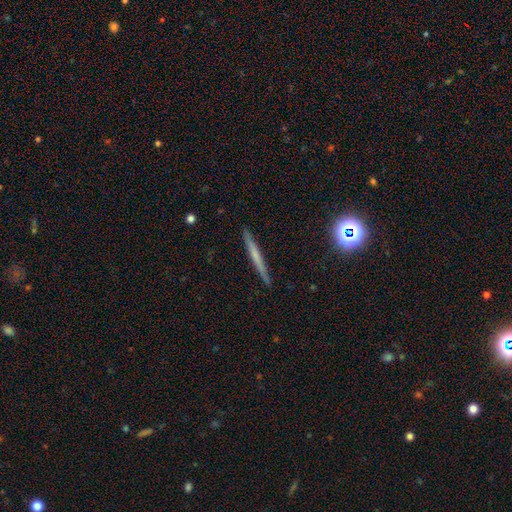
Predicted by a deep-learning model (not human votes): Smooth or featured? featured or disk (46%)
Merging? none (91%)